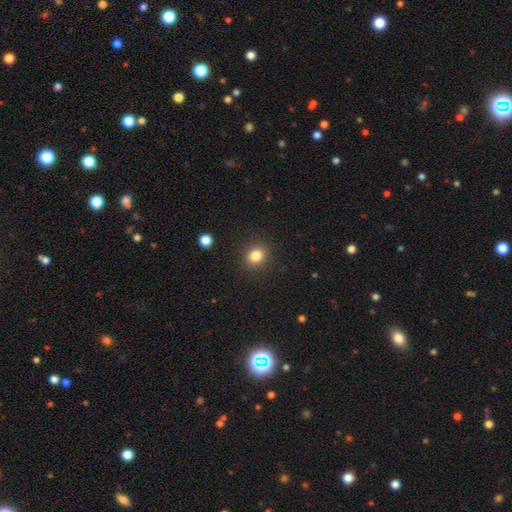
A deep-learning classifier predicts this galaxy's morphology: This appears to be a smooth galaxy with no disk features (83%) that is round (72%). Merging: none (89%).